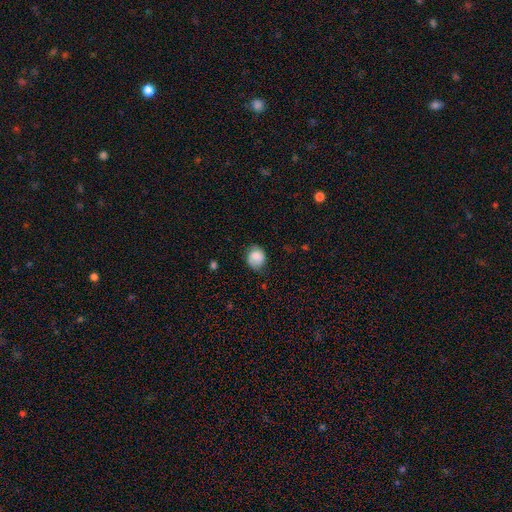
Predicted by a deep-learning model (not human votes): smooth_or_featured: smooth (p=0.76) [alt: featured or disk p=0.16]
how_rounded: round (p=0.69) [alt: in between p=0.30]
merging: none (p=0.68) [alt: minor disturbance p=0.25]